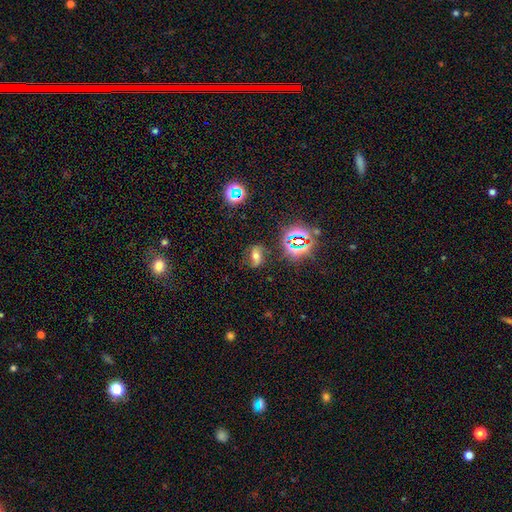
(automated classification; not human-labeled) smooth-or-featured: featured or disk: 43% | star or artifact: 30% | smooth: 27%
  merging: none: 74% | minor disturbance: 16% | major disturbance: 8% | merger: 3%